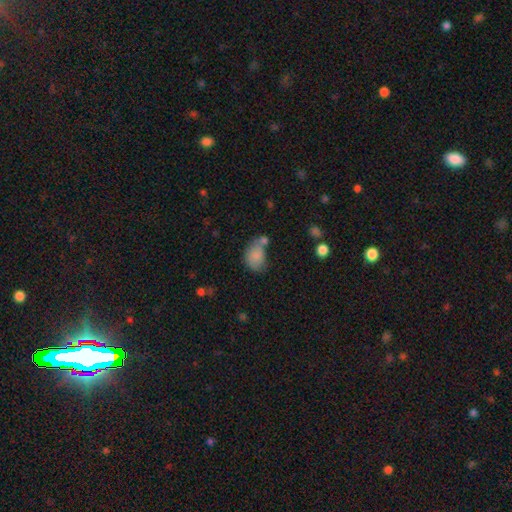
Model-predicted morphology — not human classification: Q: Smooth or featured?
A: smooth (81%); runner-up: featured or disk (10%)
Q: How rounded?
A: in between (76%); runner-up: round (23%)
Q: Merging?
A: none (40%); runner-up: merger (26%)